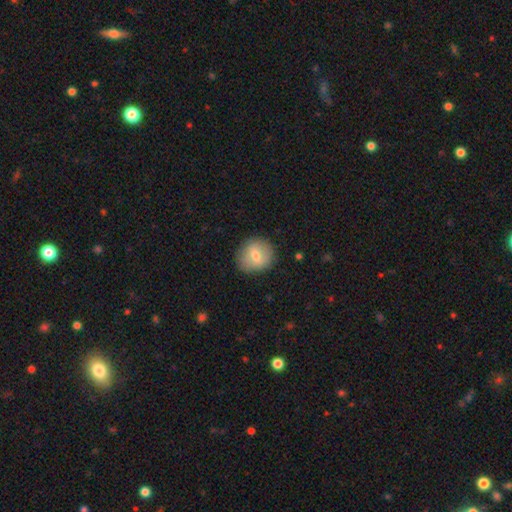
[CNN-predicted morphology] Smooth or featured? smooth (67%)
How rounded? round (81%)
Merging? none (85%)